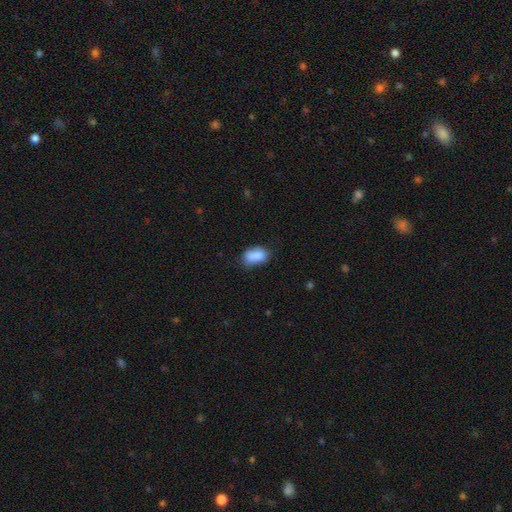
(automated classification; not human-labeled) This appears to be a smooth galaxy with no disk features (83%) that is in between round and cigar-shaped (88%). Merging: none (52%).